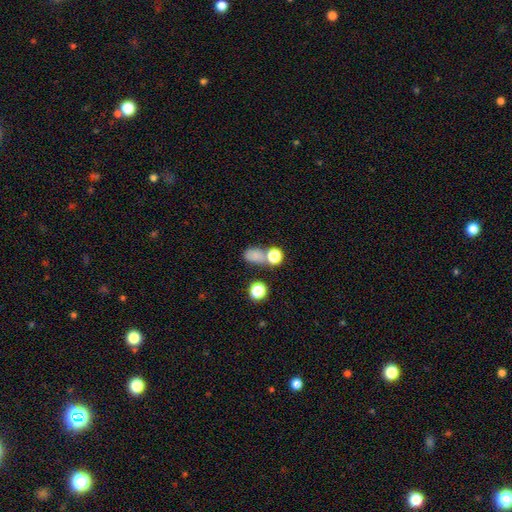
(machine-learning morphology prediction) smooth 75%, star or artifact 17%, featured or disk 9%. Down the decision tree: how rounded — in between (67%); merging — none (49%).